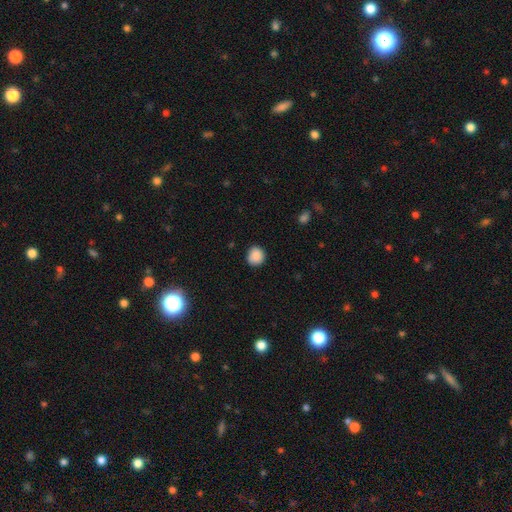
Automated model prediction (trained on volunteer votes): smooth 88%, star or artifact 9%, featured or disk 3%. Down the decision tree: how rounded — round (87%); merging — none (86%).